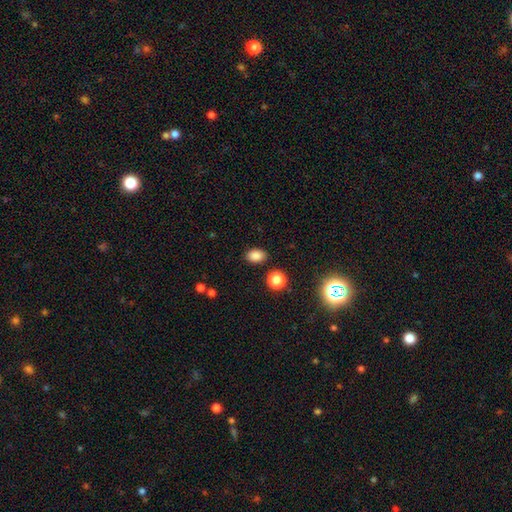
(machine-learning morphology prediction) Smooth or featured?
  - smooth: 85% *
  - star or artifact: 11%
  - featured or disk: 4%
How rounded?
  - in between: 78% *
  - round: 21%
  - cigar-shaped: 1%
Merging?
  - none: 87% *
  - minor disturbance: 8%
  - major disturbance: 2%
  - merger: 2%